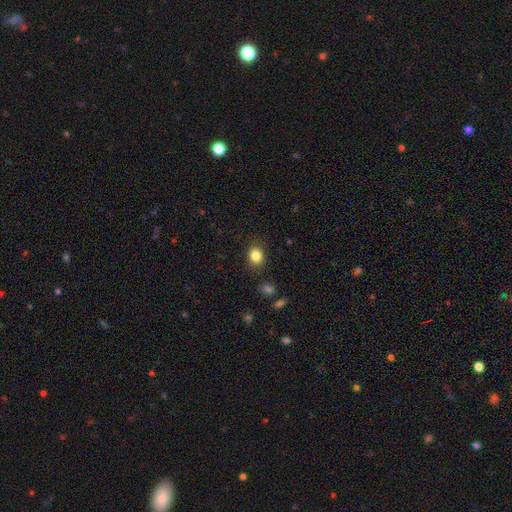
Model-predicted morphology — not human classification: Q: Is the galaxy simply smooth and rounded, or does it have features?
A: smooth — 84%.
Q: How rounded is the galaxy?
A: round — 58%.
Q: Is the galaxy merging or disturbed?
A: none — 86%.